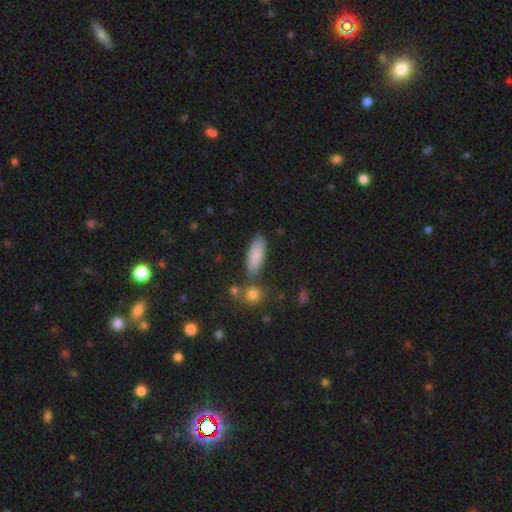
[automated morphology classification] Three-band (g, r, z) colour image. It shows a smooth galaxy with no disk features (86%) that is in between round and cigar-shaped (72%). Merging: none (75%).